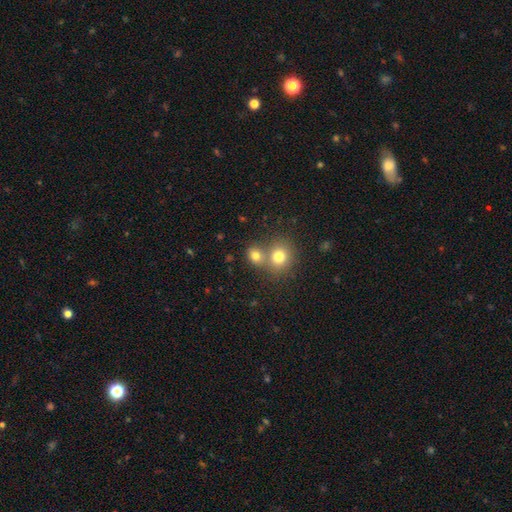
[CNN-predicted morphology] This appears to be a smooth galaxy with no disk features (77%) that is round (67%). Merging: merger (45%).